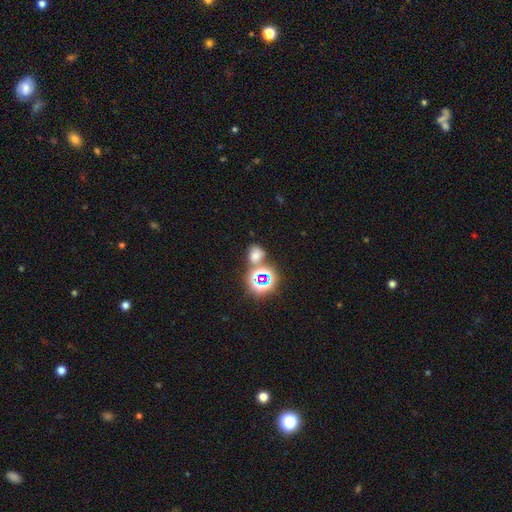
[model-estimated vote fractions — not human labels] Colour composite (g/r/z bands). It shows a smooth galaxy with no disk features (55%) that is round (50%). Merging: none (55%).